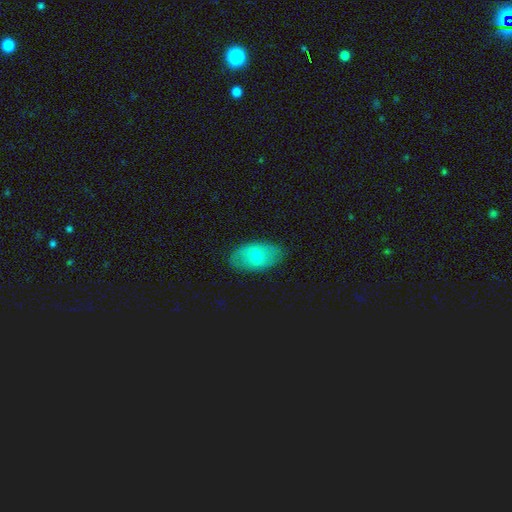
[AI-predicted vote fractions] smooth_or_featured: smooth (p=0.64) [alt: featured or disk p=0.29]
how_rounded: in between (p=0.93) [alt: round p=0.05]
merging: none (p=0.82) [alt: minor disturbance p=0.14]